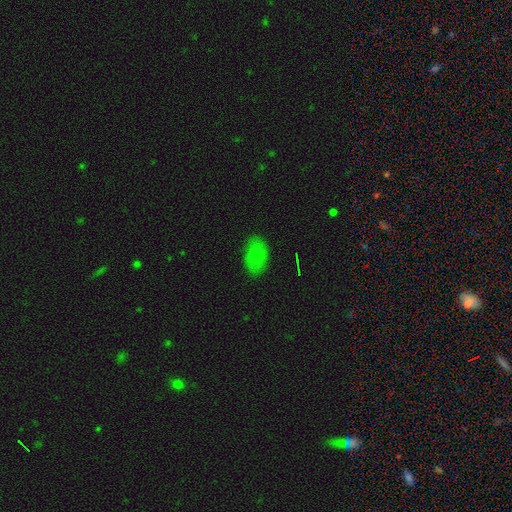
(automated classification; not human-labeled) A smooth galaxy with no disk features (73%) that is in between round and cigar-shaped (91%).

Vote fractions:
- Smooth or featured? smooth: 73% / star or artifact: 14% / featured or disk: 13%
- How rounded? in between: 91% / round: 7% / cigar-shaped: 2%
- Merging? none: 77% / minor disturbance: 17% / major disturbance: 4% / merger: 1%